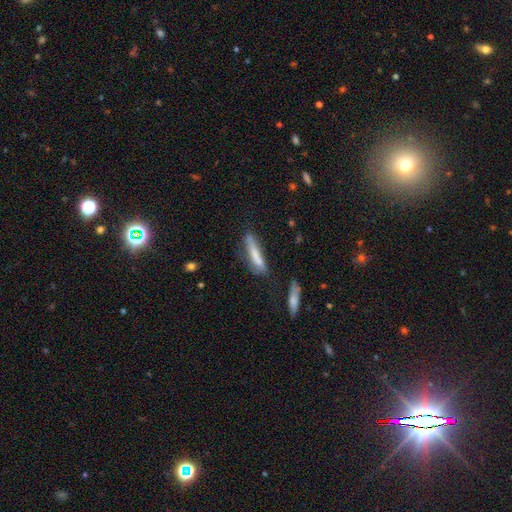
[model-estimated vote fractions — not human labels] Smooth or featured: smooth — 67% (featured or disk — 25%)
How rounded: cigar-shaped — 85% (in between — 13%)
Merging: none — 53% (minor disturbance — 26%)